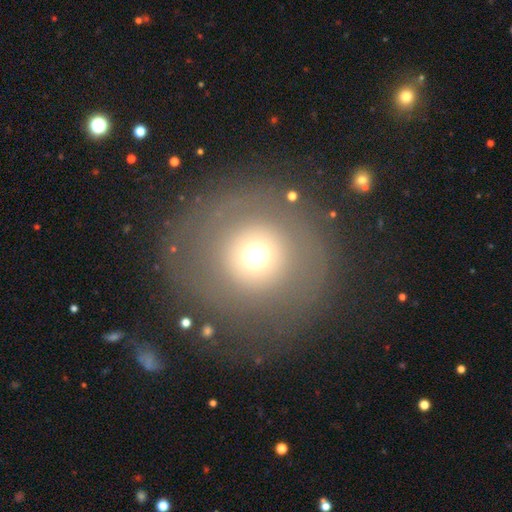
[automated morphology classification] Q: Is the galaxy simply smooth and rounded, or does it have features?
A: smooth — 59%.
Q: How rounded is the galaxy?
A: round — 94%.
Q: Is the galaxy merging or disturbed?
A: none — 75%.